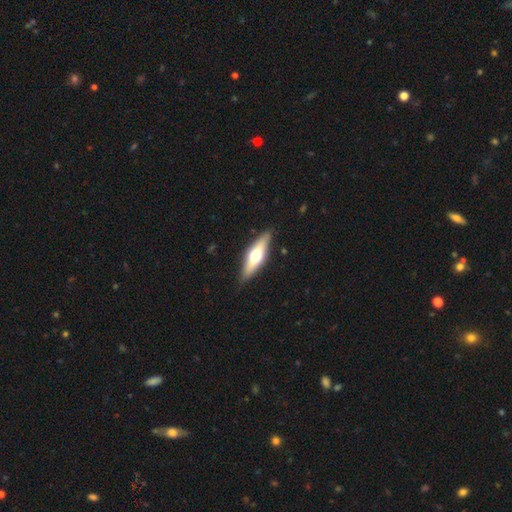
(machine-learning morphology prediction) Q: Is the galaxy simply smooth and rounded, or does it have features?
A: featured or disk — 51%.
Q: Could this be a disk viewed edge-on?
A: yes — 87%.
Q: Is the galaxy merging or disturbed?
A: none — 86%.